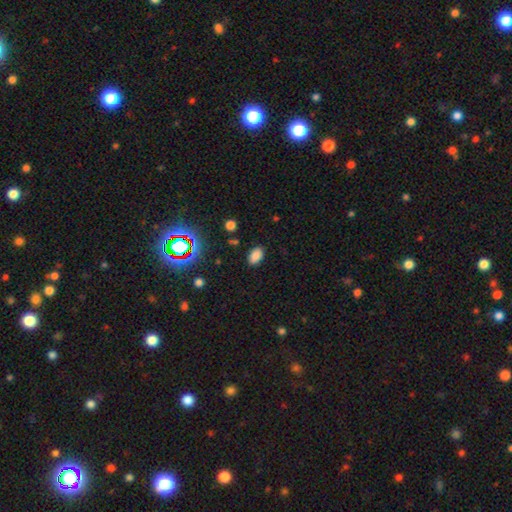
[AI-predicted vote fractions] Overall: smooth (81%). How rounded: in between (90%). Merging: none (86%).